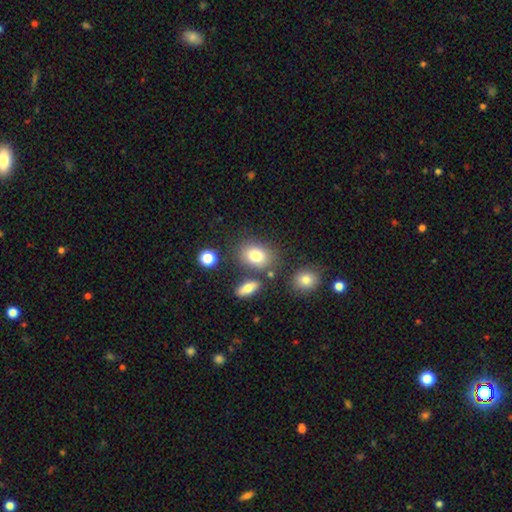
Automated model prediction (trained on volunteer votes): smooth_or_featured: smooth (p=0.77) [alt: star or artifact p=0.12]
how_rounded: in between (p=0.59) [alt: round p=0.40]
merging: none (p=0.71) [alt: minor disturbance p=0.13]